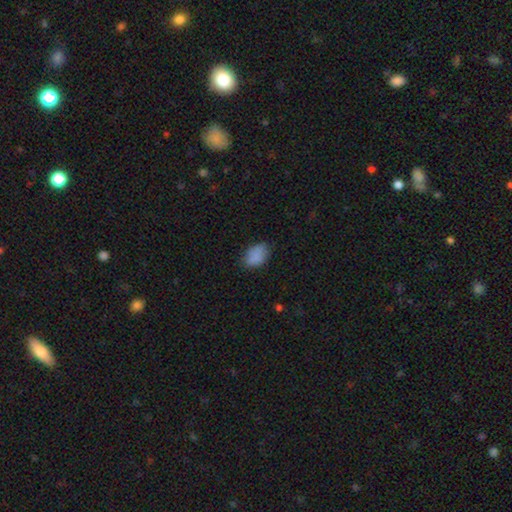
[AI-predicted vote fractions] smooth-or-featured: smooth: 85% | star or artifact: 9% | featured or disk: 6%
  how-rounded: in between: 87% | round: 12% | cigar-shaped: 1%
  merging: none: 73% | minor disturbance: 21% | major disturbance: 5% | merger: 1%